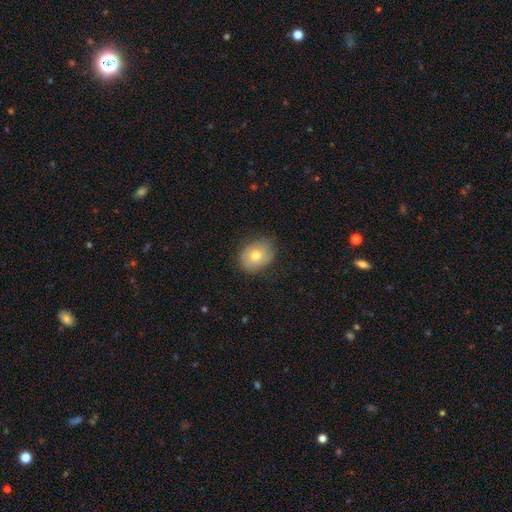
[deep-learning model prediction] smooth-or-featured: smooth: 73% | featured or disk: 18% | star or artifact: 9%
  how-rounded: in between: 52% | round: 47% | cigar-shaped: 1%
  merging: none: 78% | minor disturbance: 17% | major disturbance: 4% | merger: 1%